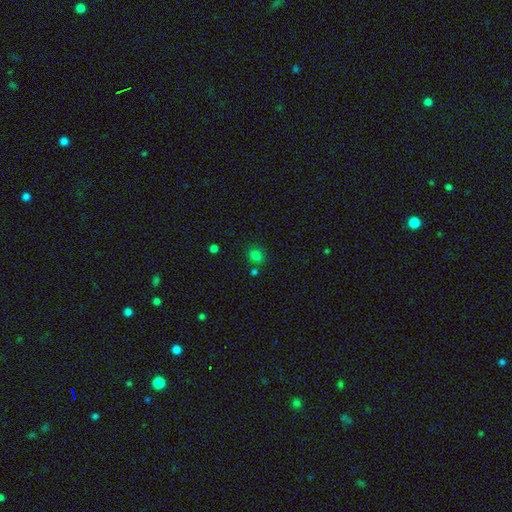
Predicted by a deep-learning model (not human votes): smooth 76%, star or artifact 19%, featured or disk 5%. Down the decision tree: how rounded — round (62%); merging — none (72%).